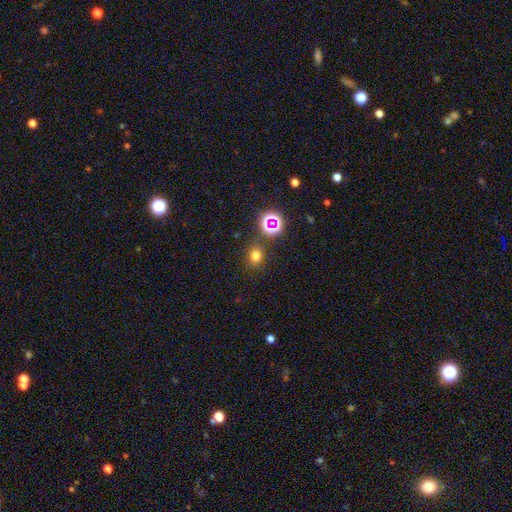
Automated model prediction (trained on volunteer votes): Q: Smooth or featured?
A: smooth (71%); runner-up: star or artifact (22%)
Q: How rounded?
A: round (68%); runner-up: in between (31%)
Q: Merging?
A: none (83%); runner-up: minor disturbance (9%)